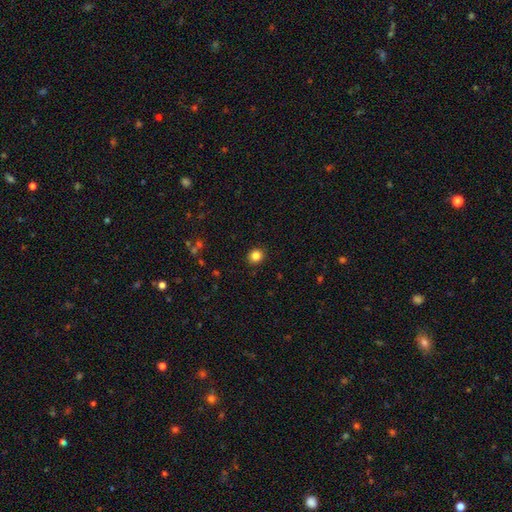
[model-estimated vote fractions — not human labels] Overall: smooth (83%). How rounded: round (83%). Merging: none (91%).